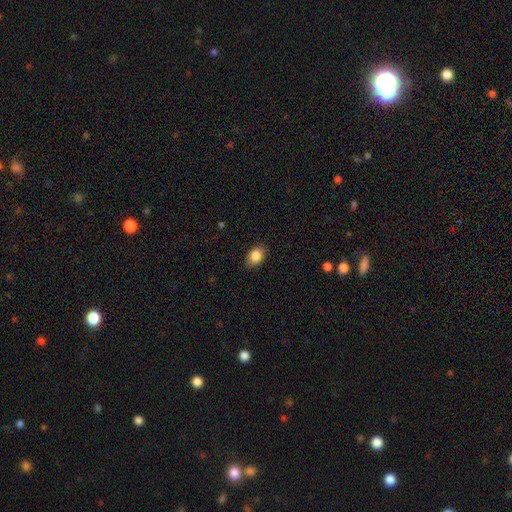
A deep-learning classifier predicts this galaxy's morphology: Overall: smooth (86%). How rounded: in between (75%). Merging: none (86%).